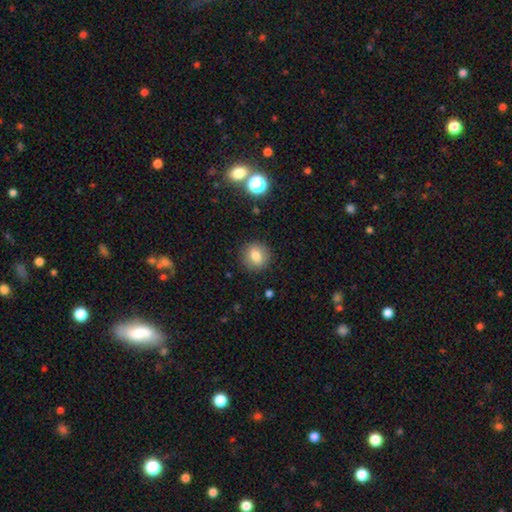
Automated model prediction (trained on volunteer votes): Q: Smooth or featured?
A: smooth (78%); runner-up: star or artifact (11%)
Q: How rounded?
A: round (87%); runner-up: in between (12%)
Q: Merging?
A: none (89%); runner-up: minor disturbance (7%)